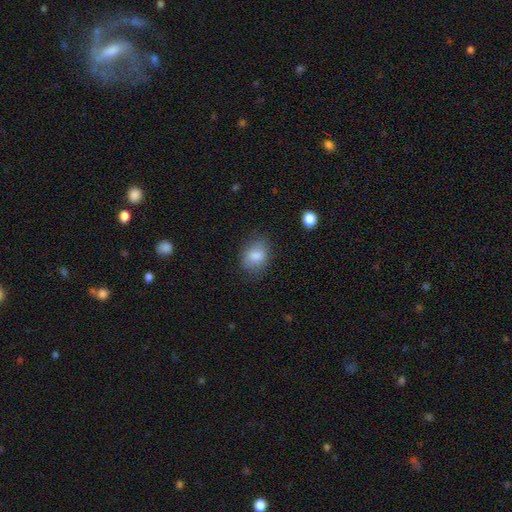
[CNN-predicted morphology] smooth 82%, featured or disk 9%, star or artifact 8%. Down the decision tree: how rounded — in between (62%); merging — none (71%).